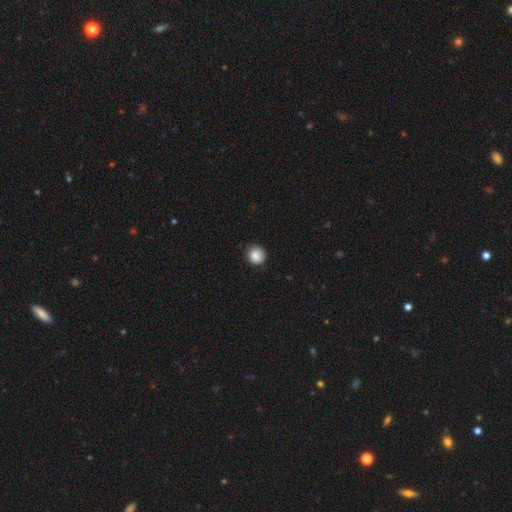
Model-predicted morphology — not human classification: smooth 86%, star or artifact 9%, featured or disk 5%. Down the decision tree: how rounded — round (90%); merging — none (81%).